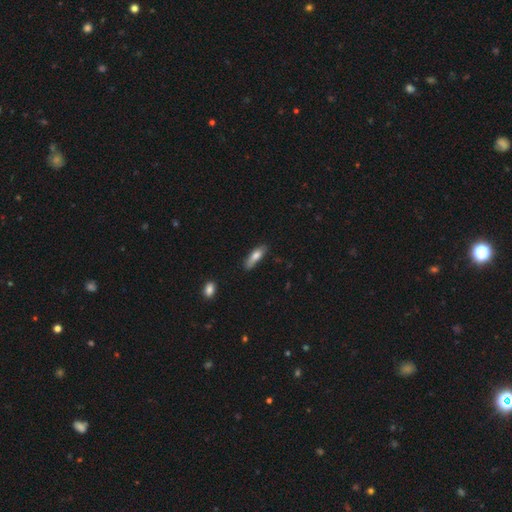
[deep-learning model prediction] smooth_or_featured: smooth (p=0.74) [alt: featured or disk p=0.19]
how_rounded: cigar-shaped (p=0.53) [alt: in between p=0.45]
merging: none (p=0.68) [alt: minor disturbance p=0.25]